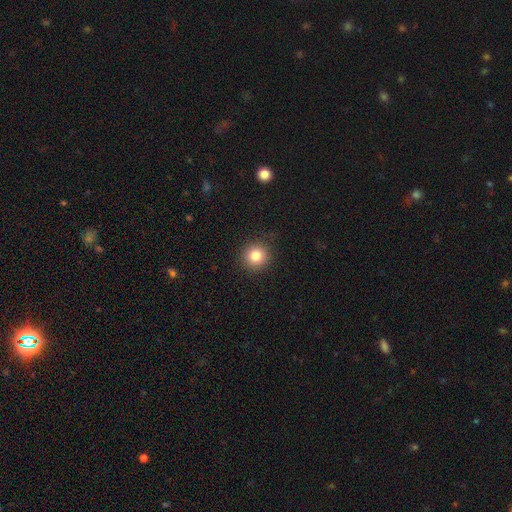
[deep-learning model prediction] Morphology: type=smooth (82%); roundness=round (93%); merging=none (89%).